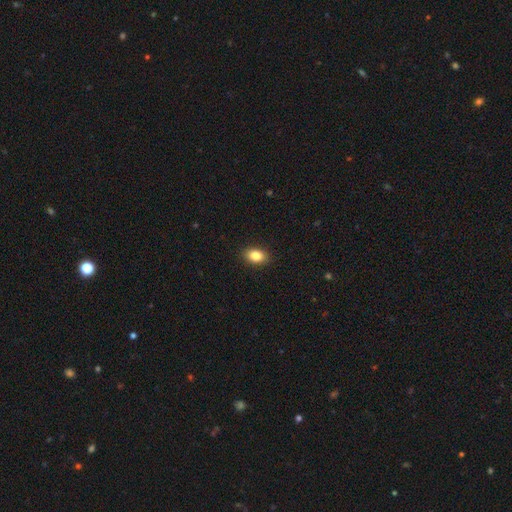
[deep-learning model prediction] This is clearly a smooth galaxy (86%). How rounded: clearly in between (86%). Merging: clearly none (90%).